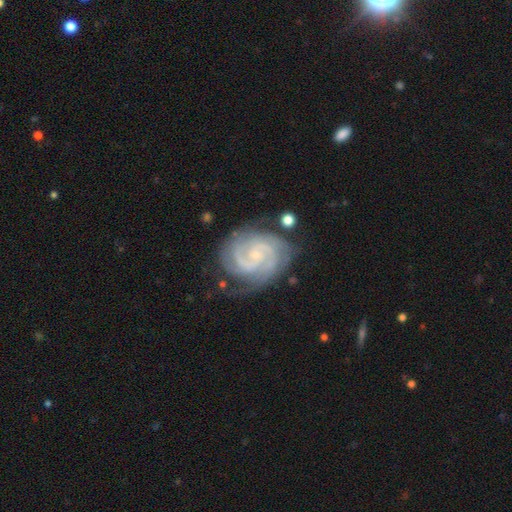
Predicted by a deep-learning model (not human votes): Overall: featured or disk (91%). Edge-on disk: no (98%). Bar: no (62%; weak 30%). Spiral arms: yes (98%). Spiral arm count: 2 (50%; 3 22%). Spiral winding: tight (67%; medium 29%). Bulge size: small (83%). Merging: none (73%).